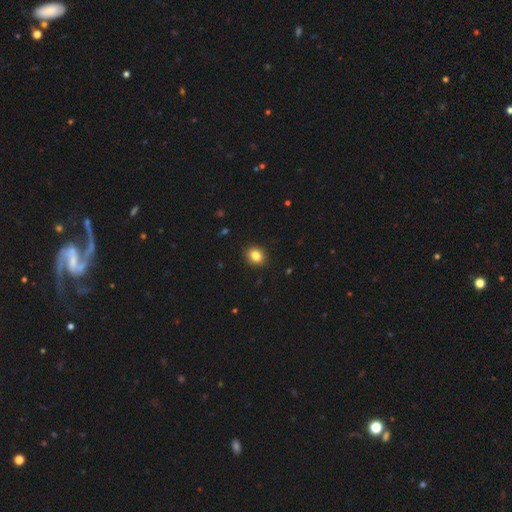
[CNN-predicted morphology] This appears to be a smooth galaxy with no disk features (84%) that is round (60%). Merging: none (91%).